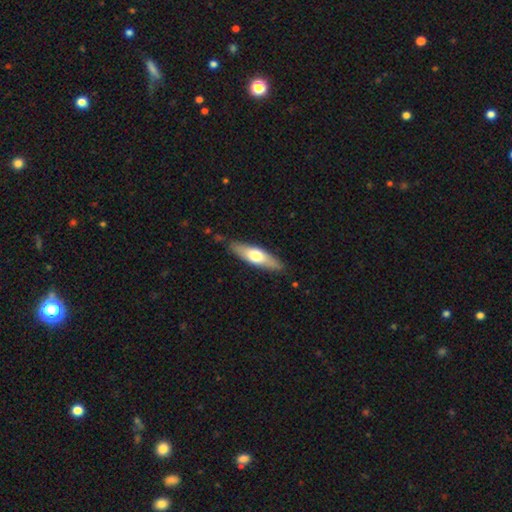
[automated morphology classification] Smooth or featured?
  - smooth: 55% *
  - featured or disk: 40%
  - star or artifact: 5%
How rounded?
  - cigar-shaped: 61% *
  - in between: 37%
  - round: 2%
Merging?
  - none: 85% *
  - minor disturbance: 11%
  - major disturbance: 2%
  - merger: 1%